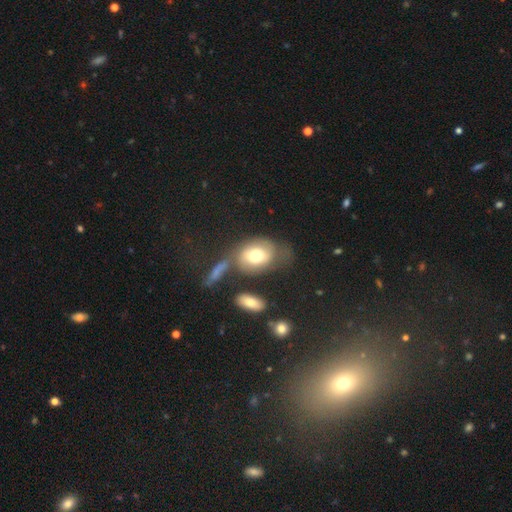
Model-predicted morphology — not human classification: The model was most divided on "merging": none: 44%, minor disturbance: 22%, merger: 18%, major disturbance: 17%. More confident: how rounded — in between (70%); smooth or featured — smooth (60%).